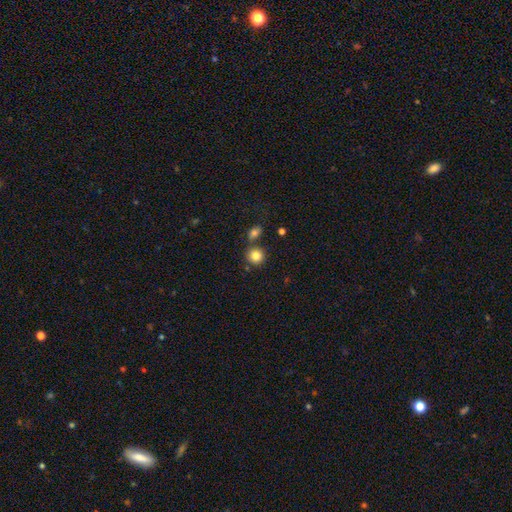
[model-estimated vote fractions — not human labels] This appears to be a smooth galaxy with no disk features (83%) that is round (88%). Merging: none (71%).